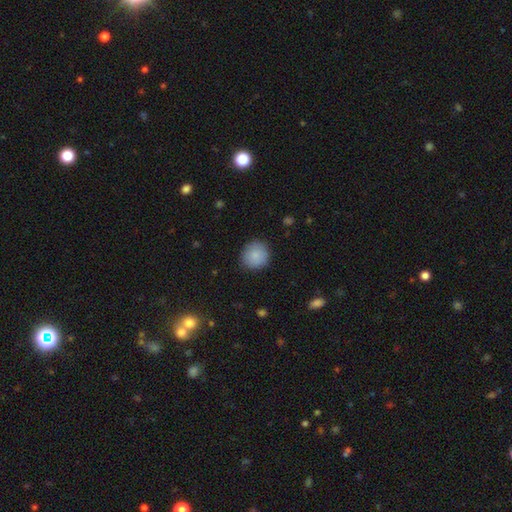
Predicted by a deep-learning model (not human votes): Q: Smooth or featured?
A: smooth (87%); runner-up: star or artifact (8%)
Q: How rounded?
A: round (90%); runner-up: in between (9%)
Q: Merging?
A: none (88%); runner-up: minor disturbance (9%)